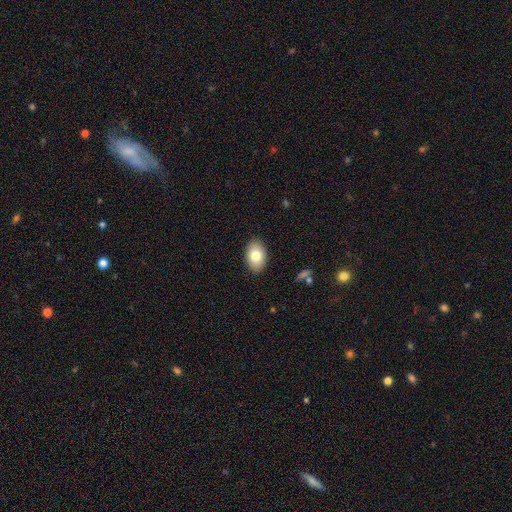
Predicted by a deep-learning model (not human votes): Morphology: type=smooth (80%); roundness=in between (90%); merging=none (88%).